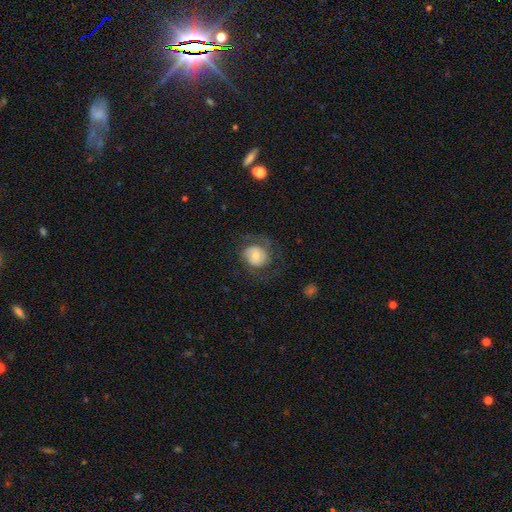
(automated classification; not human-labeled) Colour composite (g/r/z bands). It shows a featured or disk galaxy (52%) with no bar (64%), spiral arms (80%) and a small central bulge (43%, tied with moderate). Merging: none (61%).